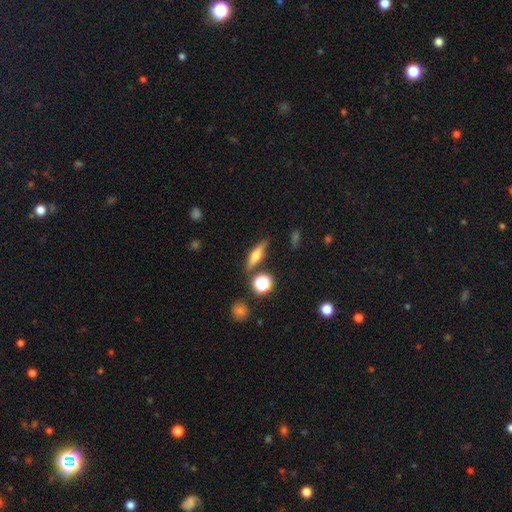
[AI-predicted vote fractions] smooth_or_featured: smooth (p=0.45) [tied with: featured or disk p=0.45]
merging: none (p=0.79) [alt: minor disturbance p=0.12]